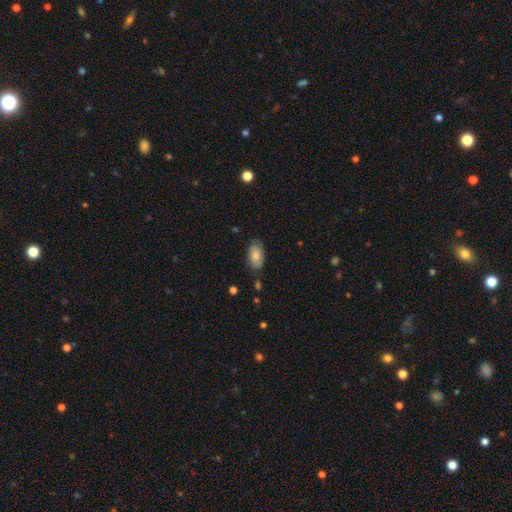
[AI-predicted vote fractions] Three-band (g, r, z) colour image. It shows a smooth galaxy with no disk features (72%) that is in between round and cigar-shaped (93%). Merging: none (76%).